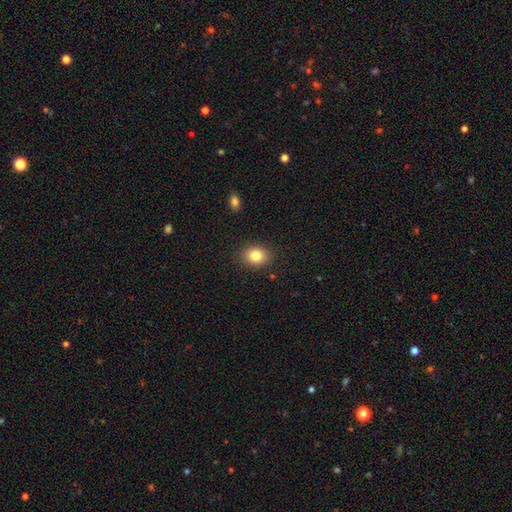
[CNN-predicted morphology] Overall: smooth (82%). How rounded: in between (53%; round 46%). Merging: none (88%).